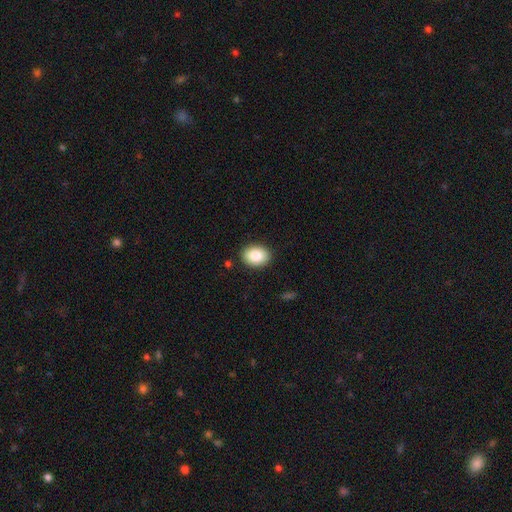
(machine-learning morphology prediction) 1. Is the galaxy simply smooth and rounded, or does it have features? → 86% smooth, 7% star or artifact, 7% featured or disk.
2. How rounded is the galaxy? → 71% in between, 28% round, 1% cigar-shaped.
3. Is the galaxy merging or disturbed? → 89% none, 8% minor disturbance, 2% major disturbance, 1% merger.